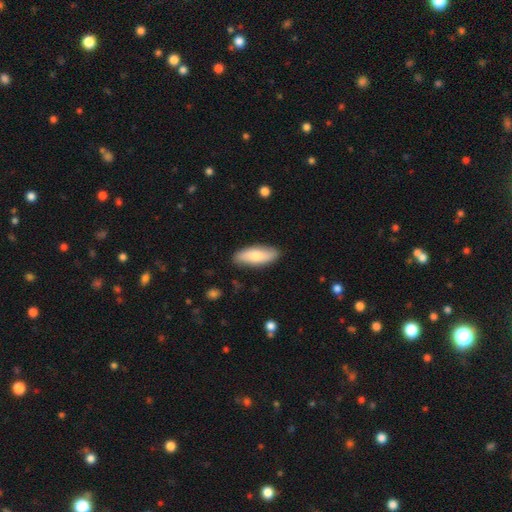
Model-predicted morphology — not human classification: smooth 70%, featured or disk 24%, star or artifact 5%. Down the decision tree: how rounded — in between (72%); merging — none (85%).